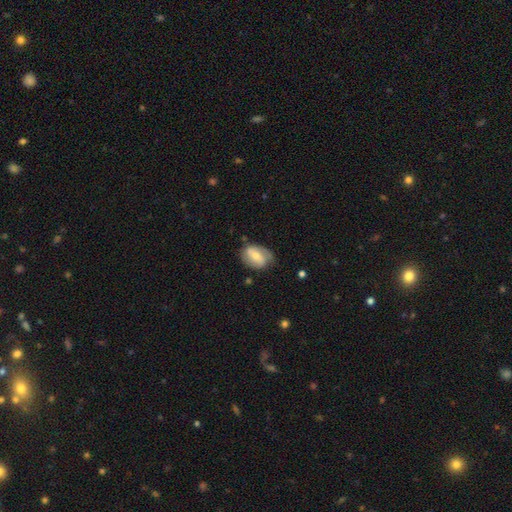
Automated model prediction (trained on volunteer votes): Smooth or featured?
  - featured or disk: 54% *
  - smooth: 39%
  - star or artifact: 6%
Edge-on disk?
  - no: 96% *
  - yes: 4%
Bar?
  - weak: 38% *
  - no: 32%
  - strong: 30%
Spiral arms?
  - yes: 77% *
  - no: 23%
Bulge size?
  - small: 49% *
  - moderate: 44%
  - large: 3%
  - none: 3%
  - dominant: 1%
Merging?
  - none: 63% *
  - minor disturbance: 26%
  - major disturbance: 9%
  - merger: 2%